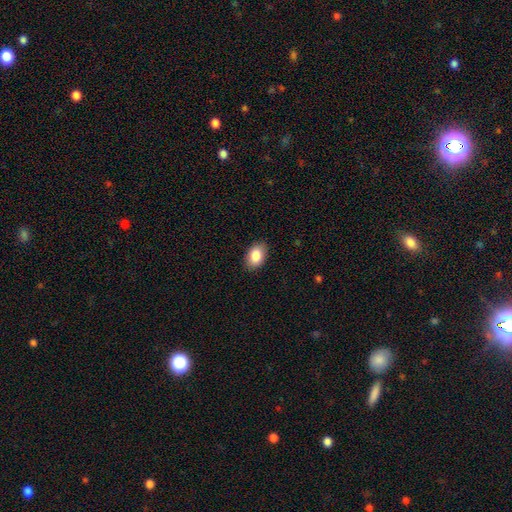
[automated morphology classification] A smooth galaxy with no disk features (86%) that is in between round and cigar-shaped (88%). Merging: none (87%).